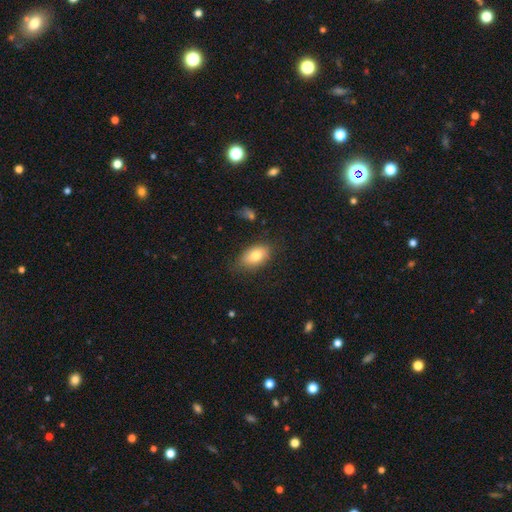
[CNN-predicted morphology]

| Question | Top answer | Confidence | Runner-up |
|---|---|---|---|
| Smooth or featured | smooth | 78% | featured or disk (14%) |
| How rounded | in between | 90% | round (8%) |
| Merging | none | 75% | minor disturbance (19%) |